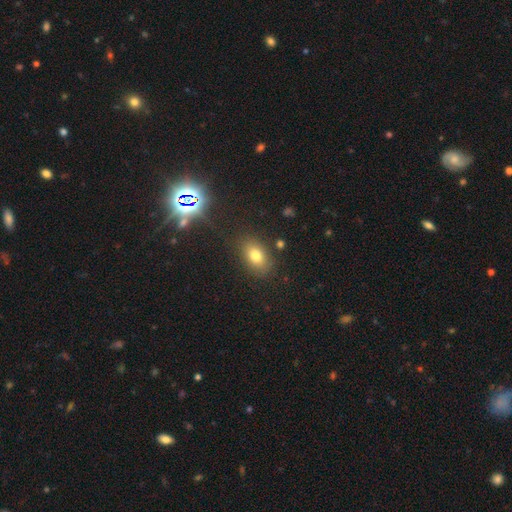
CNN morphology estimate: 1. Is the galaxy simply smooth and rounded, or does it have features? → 76% smooth, 13% star or artifact, 11% featured or disk.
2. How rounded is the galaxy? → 82% in between, 17% round, 2% cigar-shaped.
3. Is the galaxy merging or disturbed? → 82% none, 12% minor disturbance, 4% major disturbance, 3% merger.